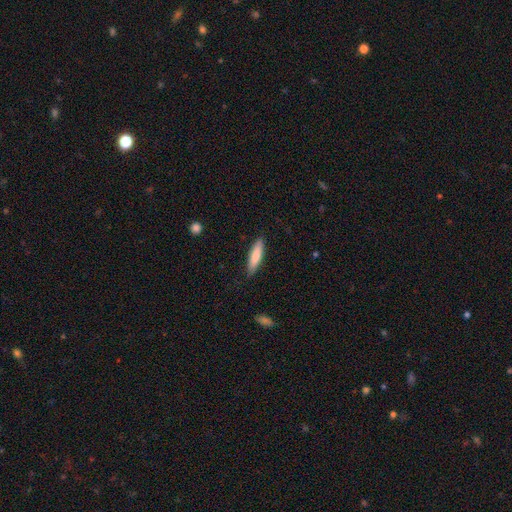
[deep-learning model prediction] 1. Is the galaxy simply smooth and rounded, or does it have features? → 80% smooth, 15% featured or disk, 5% star or artifact.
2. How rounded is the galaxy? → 74% cigar-shaped, 24% in between, 1% round.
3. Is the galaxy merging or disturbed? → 87% none, 10% minor disturbance, 2% major disturbance, 1% merger.